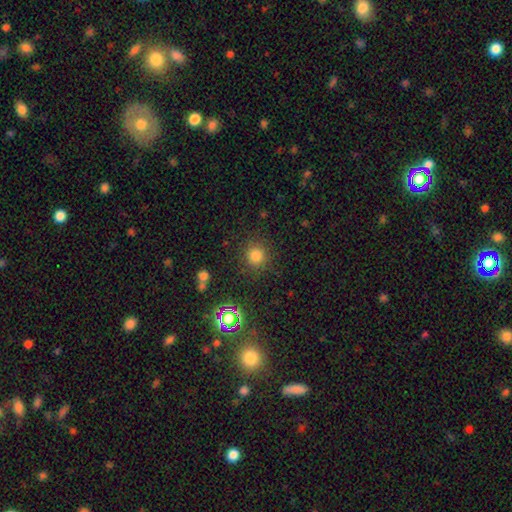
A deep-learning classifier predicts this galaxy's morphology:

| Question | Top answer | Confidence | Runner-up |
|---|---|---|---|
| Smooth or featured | smooth | 78% | star or artifact (16%) |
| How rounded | round | 92% | in between (7%) |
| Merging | none | 87% | minor disturbance (8%) |